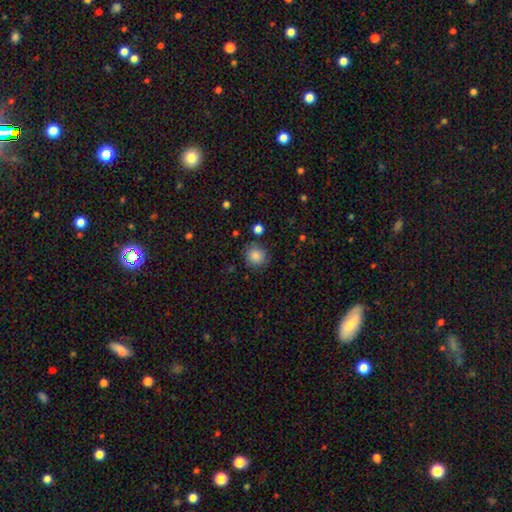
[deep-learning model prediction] Smooth or featured? Predicted: smooth (p=0.86). How rounded? Predicted: round (p=0.87). Merging? Predicted: none (p=0.82).